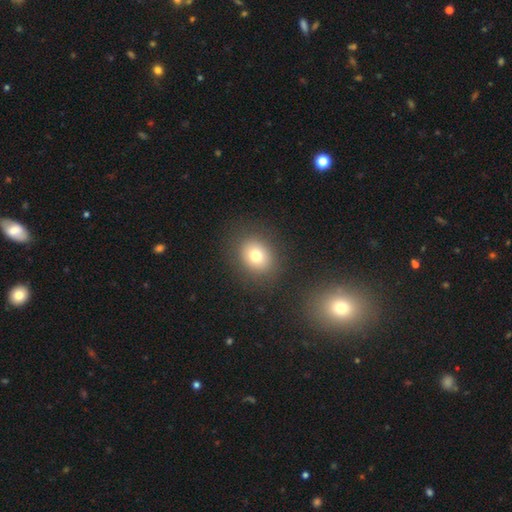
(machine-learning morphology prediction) smooth_or_featured: smooth (p=0.76) [alt: star or artifact p=0.13]
how_rounded: round (p=0.65) [alt: in between p=0.34]
merging: none (p=0.85) [alt: minor disturbance p=0.09]